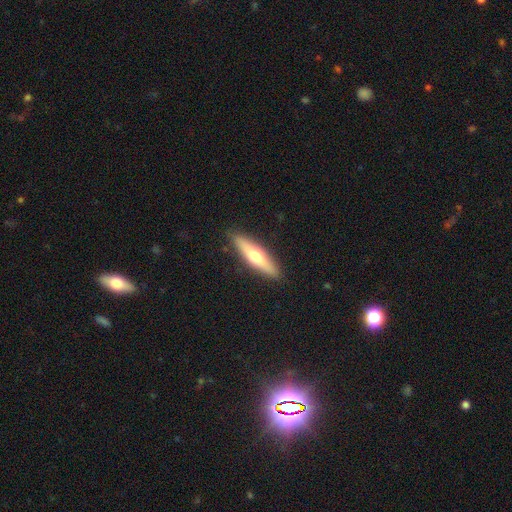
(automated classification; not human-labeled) Morphology: type=smooth (50%); merging=none (89%).